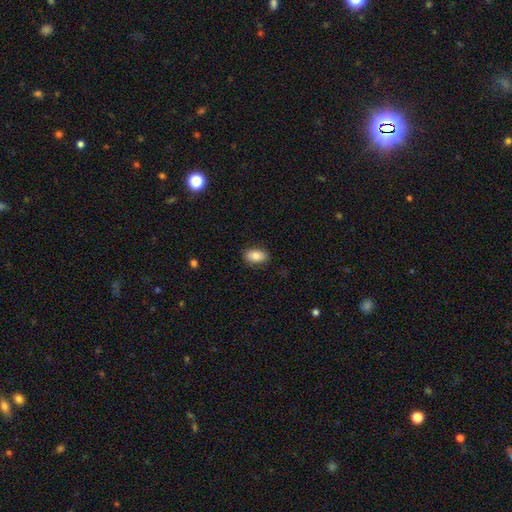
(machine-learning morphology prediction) This appears to be a smooth galaxy with no disk features (84%) that is in between round and cigar-shaped (91%). Merging: none (86%).